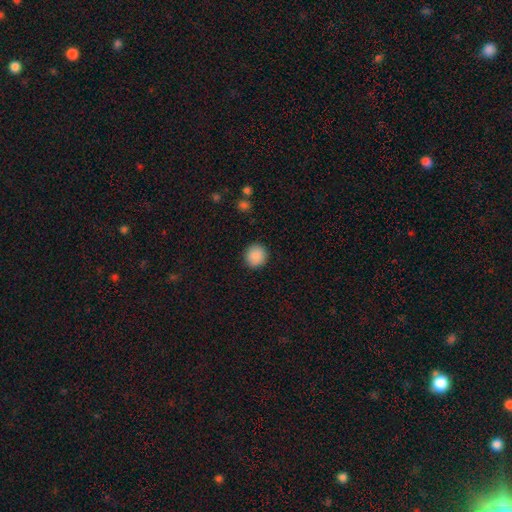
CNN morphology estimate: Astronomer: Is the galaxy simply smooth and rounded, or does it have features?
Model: smooth — 88%.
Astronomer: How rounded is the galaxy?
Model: round — 91%.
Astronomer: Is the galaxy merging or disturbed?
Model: none — 91%.